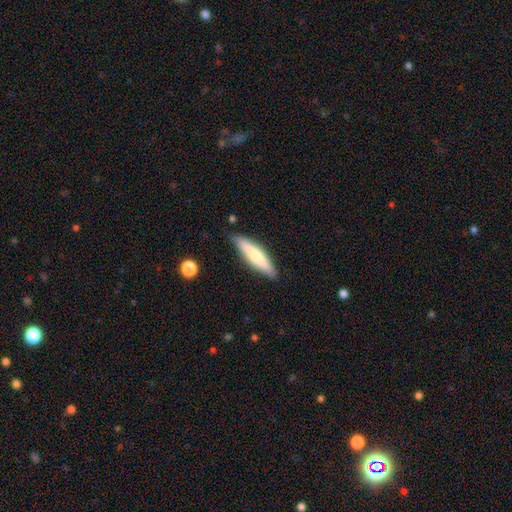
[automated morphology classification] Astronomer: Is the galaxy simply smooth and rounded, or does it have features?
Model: smooth — 67%.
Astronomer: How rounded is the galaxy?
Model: cigar-shaped — 78%.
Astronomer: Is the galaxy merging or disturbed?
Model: none — 84%.